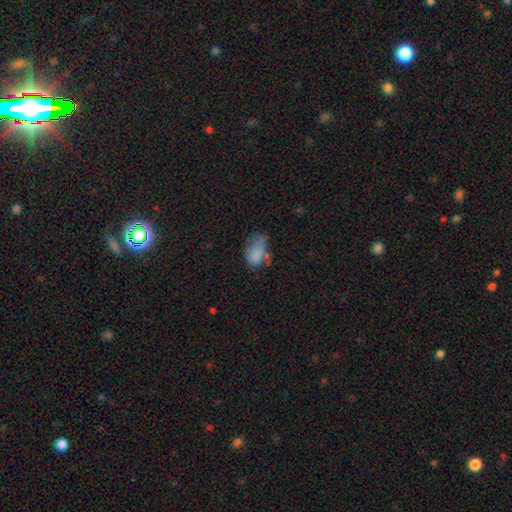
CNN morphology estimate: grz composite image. It shows a smooth galaxy with no disk features (76%) that is in between round and cigar-shaped (87%). Merging: minor disturbance (33%).